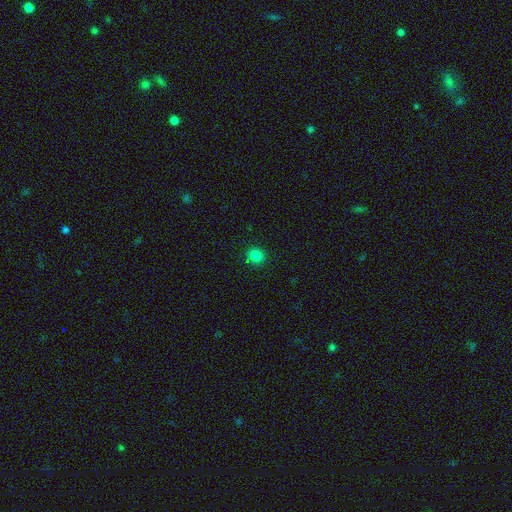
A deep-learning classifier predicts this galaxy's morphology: This appears to be a smooth galaxy with no disk features (83%) that is round (85%). Merging: none (89%).